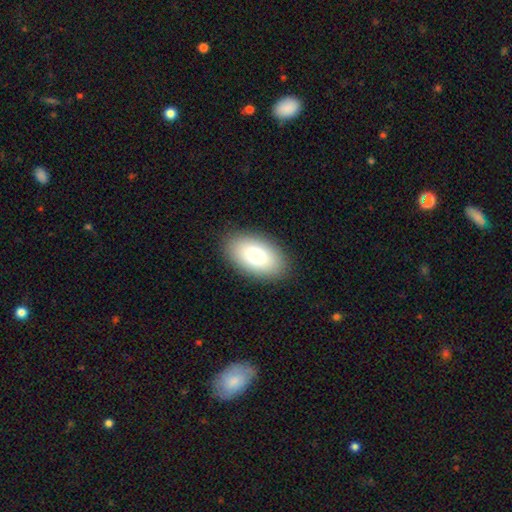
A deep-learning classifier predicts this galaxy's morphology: Smooth or featured?
  - smooth: 80% *
  - featured or disk: 13%
  - star or artifact: 8%
How rounded?
  - in between: 94% *
  - round: 4%
  - cigar-shaped: 1%
Merging?
  - none: 89% *
  - minor disturbance: 8%
  - major disturbance: 2%
  - merger: 1%